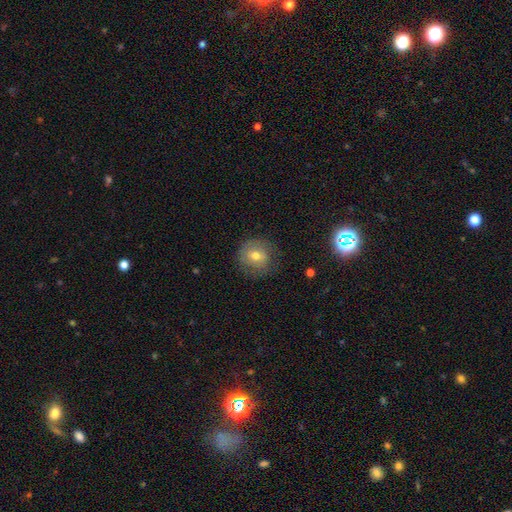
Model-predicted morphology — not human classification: Smooth or featured?
  - smooth: 61% *
  - featured or disk: 29%
  - star or artifact: 11%
How rounded?
  - round: 84% *
  - in between: 15%
  - cigar-shaped: 1%
Merging?
  - none: 73% *
  - minor disturbance: 18%
  - major disturbance: 7%
  - merger: 1%